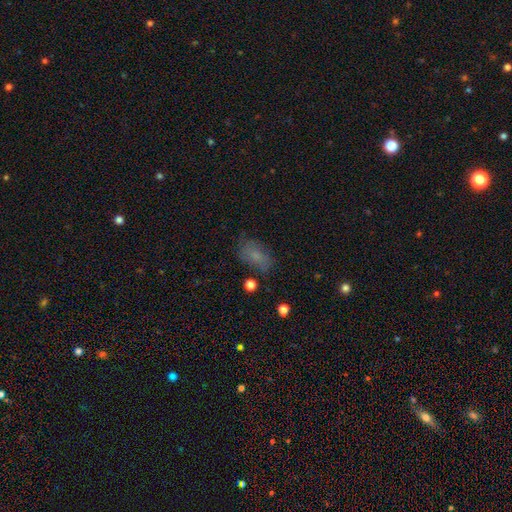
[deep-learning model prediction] This is likely a smooth galaxy (68%). How rounded: clearly in between (88%). Merging: likely none (68%).